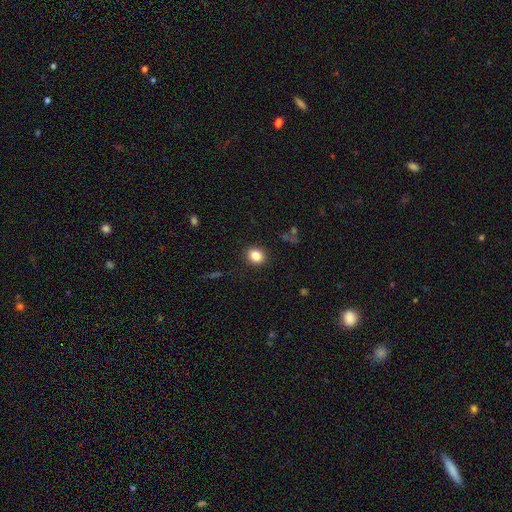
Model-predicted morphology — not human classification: smooth_or_featured: smooth (p=0.84) [alt: star or artifact p=0.10]
how_rounded: round (p=0.64) [alt: in between p=0.35]
merging: none (p=0.89) [alt: minor disturbance p=0.08]